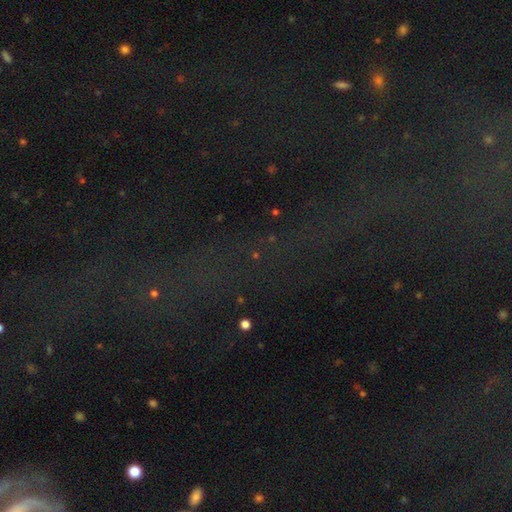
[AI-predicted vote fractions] A star or artifact, not a galaxy (72%).

Vote fractions:
- Smooth or featured? star or artifact: 72% / featured or disk: 15% / smooth: 14%